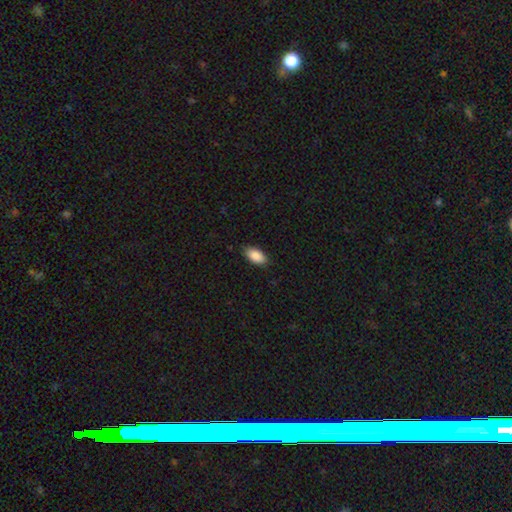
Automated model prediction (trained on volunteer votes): Q: Smooth or featured?
A: smooth (89%); runner-up: star or artifact (7%)
Q: How rounded?
A: in between (93%); runner-up: cigar-shaped (4%)
Q: Merging?
A: none (85%); runner-up: minor disturbance (12%)